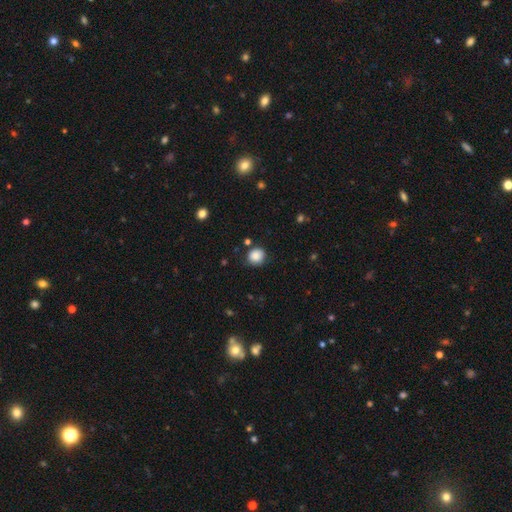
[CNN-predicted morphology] smooth_or_featured: smooth (p=0.87) [alt: star or artifact p=0.09]
how_rounded: round (p=0.84) [alt: in between p=0.15]
merging: none (p=0.80) [alt: minor disturbance p=0.14]